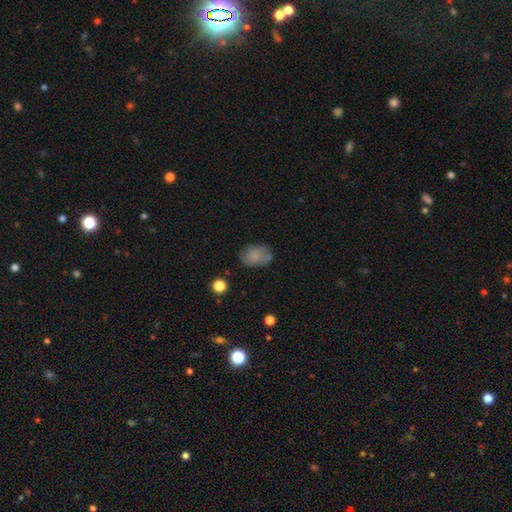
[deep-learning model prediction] smooth-or-featured: smooth: 73% | featured or disk: 18% | star or artifact: 9%
  how-rounded: in between: 80% | round: 19% | cigar-shaped: 1%
  merging: none: 66% | minor disturbance: 23% | major disturbance: 7% | merger: 4%